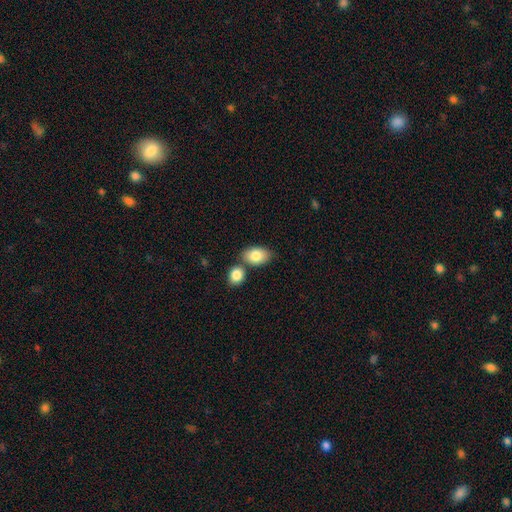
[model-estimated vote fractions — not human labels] smooth_or_featured: smooth (p=0.83) [alt: featured or disk p=0.10]
how_rounded: in between (p=0.89) [alt: round p=0.10]
merging: none (p=0.60) [alt: merger p=0.26]